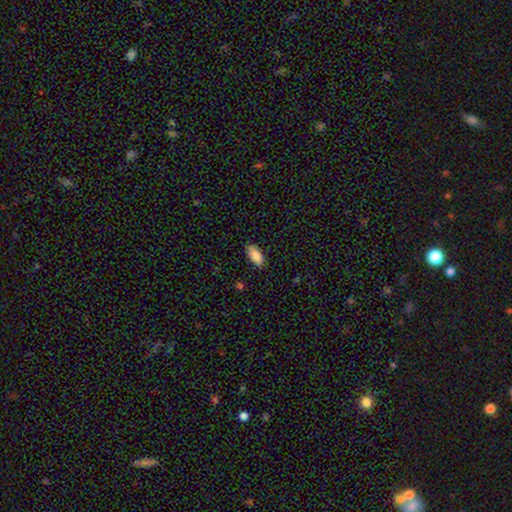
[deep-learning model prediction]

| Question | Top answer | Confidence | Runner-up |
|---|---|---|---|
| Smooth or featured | smooth | 87% | star or artifact (7%) |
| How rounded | in between | 89% | cigar-shaped (9%) |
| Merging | none | 86% | minor disturbance (11%) |